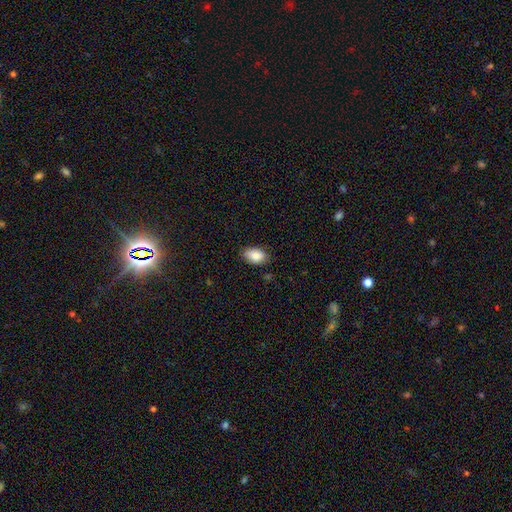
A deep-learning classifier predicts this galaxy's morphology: Smooth or featured: smooth — 87% (star or artifact — 7%)
How rounded: in between — 91% (round — 7%)
Merging: none — 80% (minor disturbance — 16%)